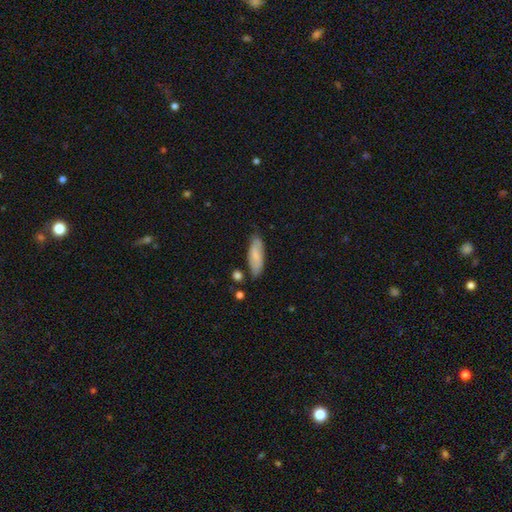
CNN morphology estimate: smooth_or_featured: smooth (p=0.73) [alt: featured or disk p=0.21]
how_rounded: in between (p=0.61) [alt: cigar-shaped p=0.37]
merging: none (p=0.77) [alt: minor disturbance p=0.16]